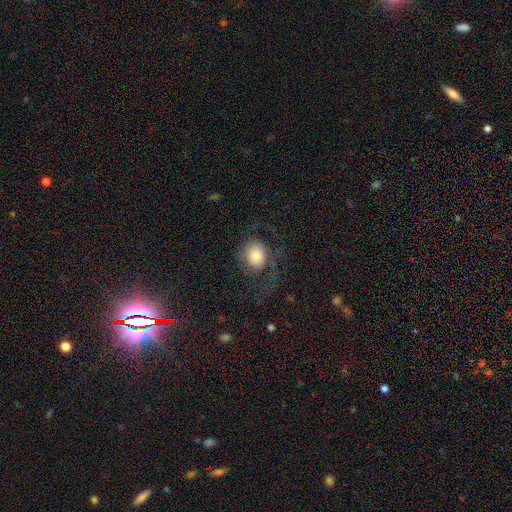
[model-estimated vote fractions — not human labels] This appears to be a smooth galaxy with no disk features (57%) that is round (58%). Merging: none (55%).